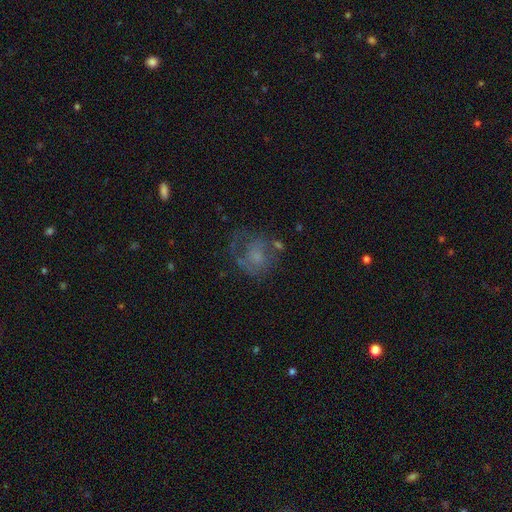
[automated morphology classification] This is possibly a featured or disk galaxy (54%). It is clearly not viewed edge-on (98%). Bar: likely no (77%). Spiral arm pattern: likely yes (63%). Central bulge: marginally none (33%). Merging: possibly none (46%).